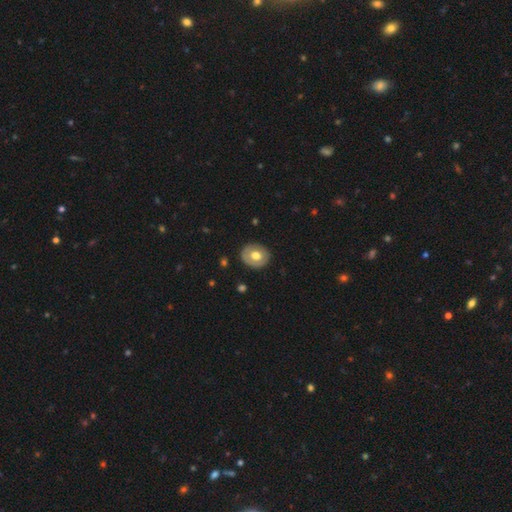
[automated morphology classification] This is possibly a smooth galaxy (55%). How rounded: likely round (68%). Merging: clearly none (84%).